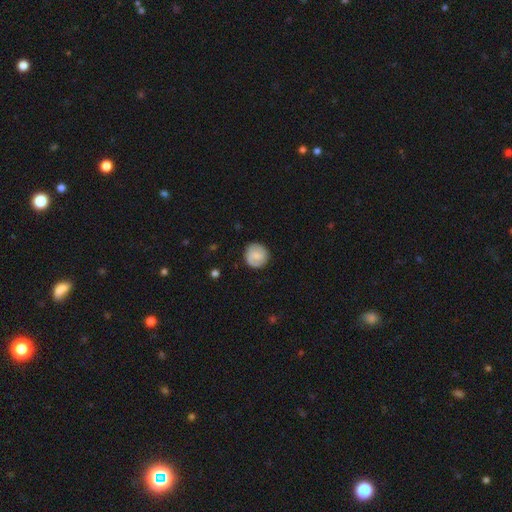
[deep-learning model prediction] smooth-or-featured: smooth: 66% | featured or disk: 27% | star or artifact: 7%
  how-rounded: round: 93% | in between: 6% | cigar-shaped: 1%
  merging: none: 86% | minor disturbance: 10% | major disturbance: 3% | merger: 1%